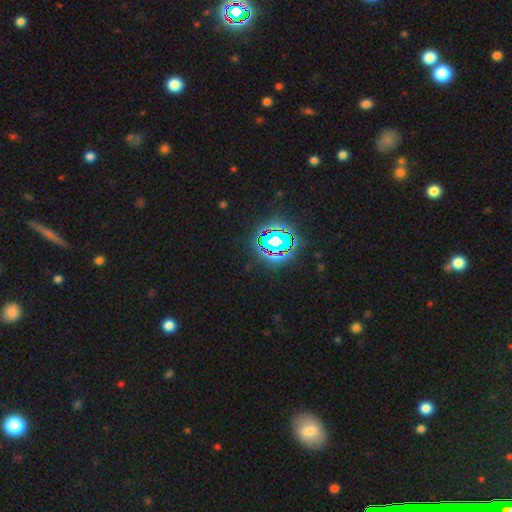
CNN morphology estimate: Smooth or featured: star or artifact — 80% (smooth — 13%)